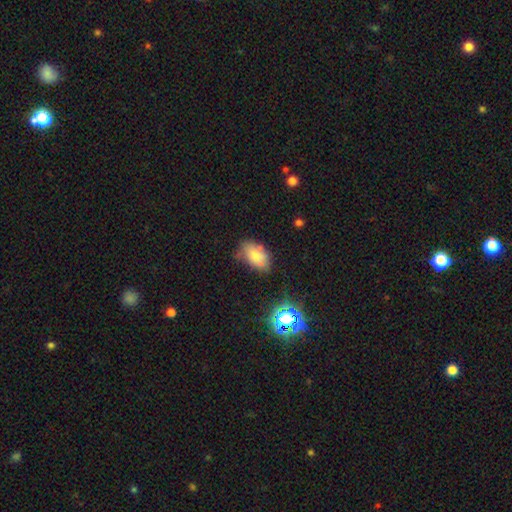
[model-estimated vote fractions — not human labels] Q: Smooth or featured?
A: smooth (68%); runner-up: featured or disk (19%)
Q: How rounded?
A: in between (90%); runner-up: round (8%)
Q: Merging?
A: none (53%); runner-up: minor disturbance (31%)